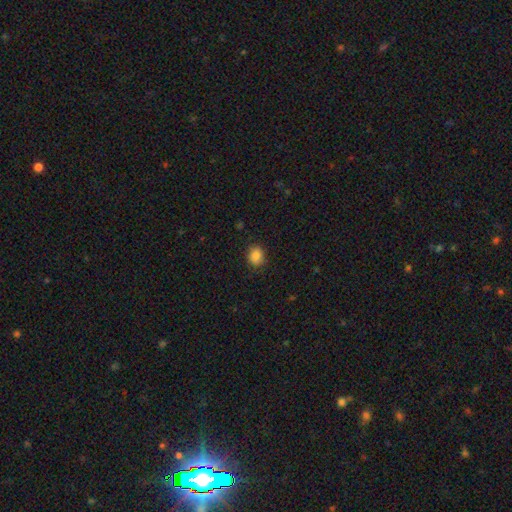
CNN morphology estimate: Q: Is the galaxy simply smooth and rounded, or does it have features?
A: smooth — 87%.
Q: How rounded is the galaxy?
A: round — 62%.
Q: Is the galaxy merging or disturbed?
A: none — 86%.